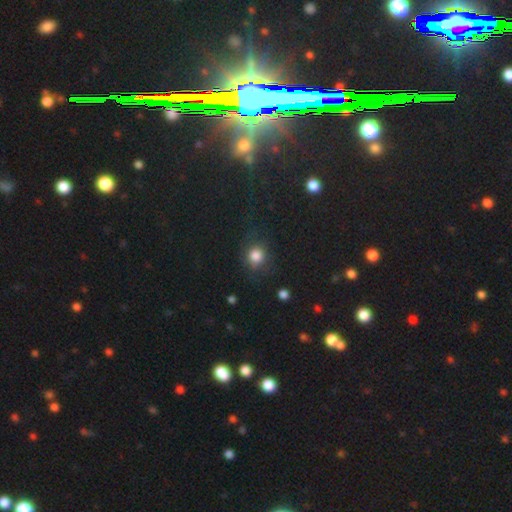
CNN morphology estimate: This is clearly a smooth galaxy (82%). How rounded: clearly round (83%). Merging: likely none (76%).